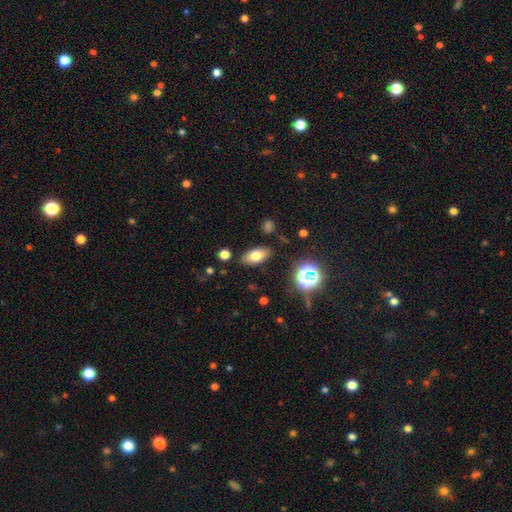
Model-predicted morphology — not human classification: Q: Smooth or featured?
A: smooth (73%); runner-up: featured or disk (15%)
Q: How rounded?
A: in between (88%); runner-up: round (6%)
Q: Merging?
A: none (85%); runner-up: minor disturbance (10%)